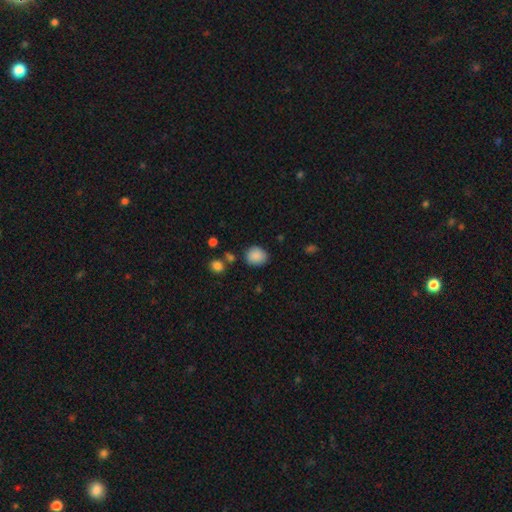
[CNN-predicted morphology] Smooth or featured? Predicted: smooth (p=0.87). How rounded? Predicted: round (p=0.69). Merging? Predicted: none (p=0.76).